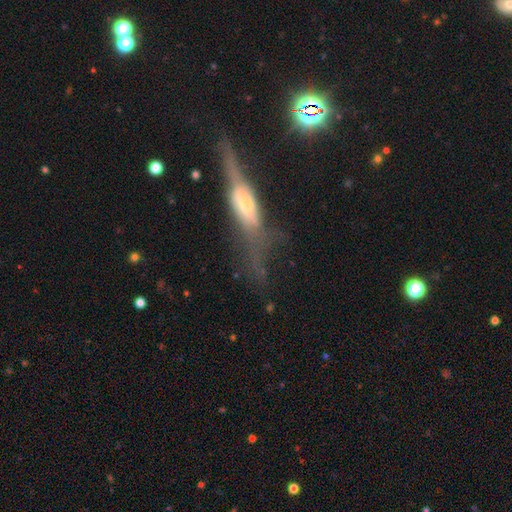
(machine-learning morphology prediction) Smooth or featured? featured or disk (67%)
Edge-on disk? yes (84%)
Edge-on bulge? rounded (66%)
Merging? none (55%)